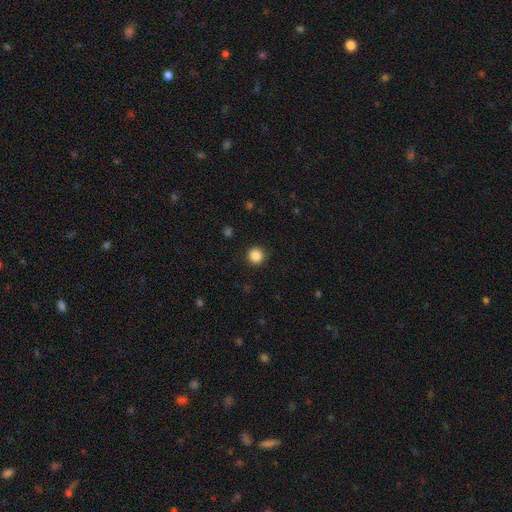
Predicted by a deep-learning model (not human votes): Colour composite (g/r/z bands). It shows a smooth galaxy with no disk features (87%) that is round (95%). Merging: none (92%).